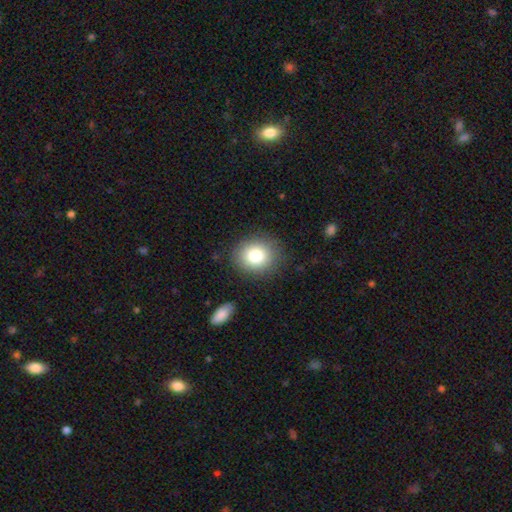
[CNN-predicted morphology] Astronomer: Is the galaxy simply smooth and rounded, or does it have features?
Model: smooth — 81%.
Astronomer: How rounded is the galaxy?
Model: round — 74%.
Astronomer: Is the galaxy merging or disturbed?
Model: none — 85%.